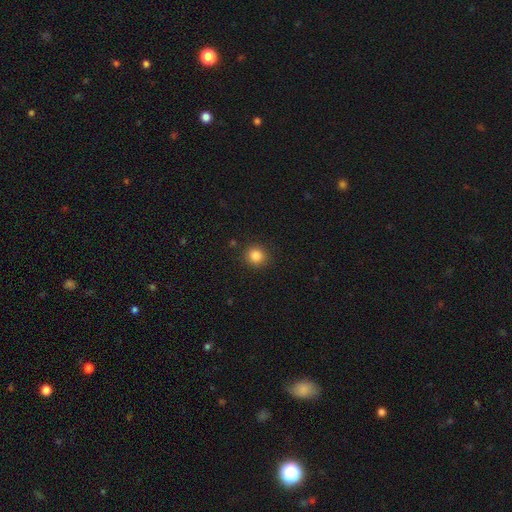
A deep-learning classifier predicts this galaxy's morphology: Q: Smooth or featured?
A: smooth (85%); runner-up: star or artifact (11%)
Q: How rounded?
A: round (90%); runner-up: in between (9%)
Q: Merging?
A: none (89%); runner-up: minor disturbance (7%)